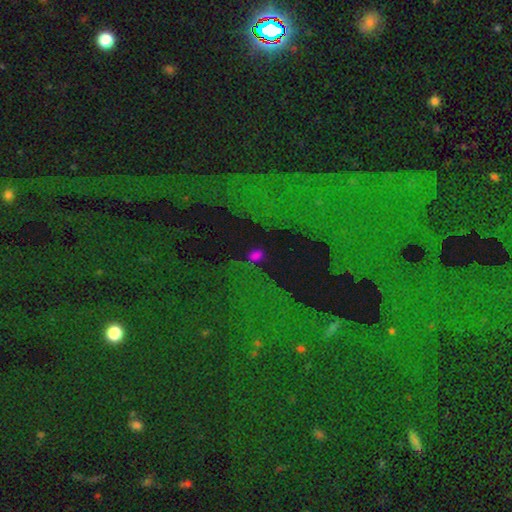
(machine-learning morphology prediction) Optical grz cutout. It shows a star or artifact, not a galaxy (46%).